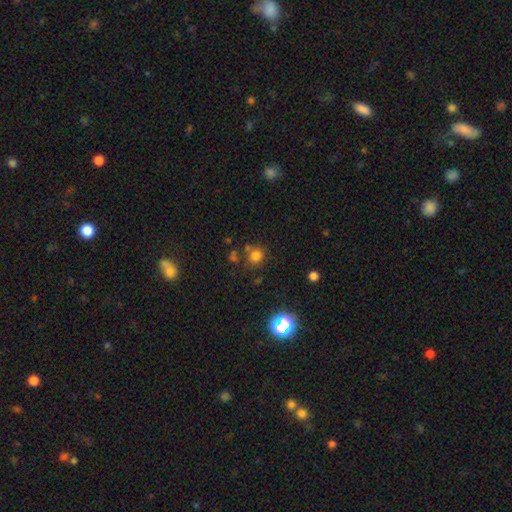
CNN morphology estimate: Smooth or featured? Predicted: smooth (p=0.74). How rounded? Predicted: round (p=0.86). Merging? Predicted: none (p=0.71).